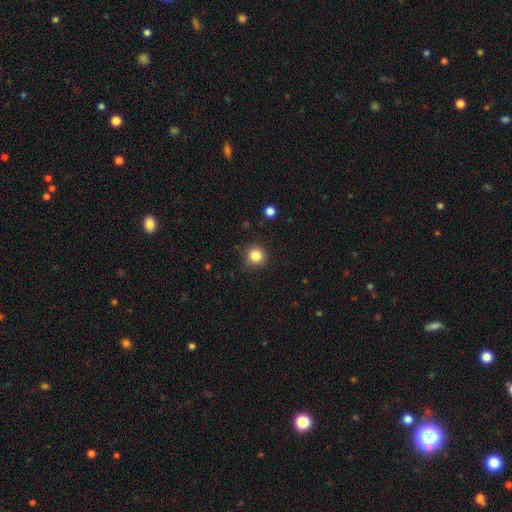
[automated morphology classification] Overall: smooth (84%). How rounded: round (93%). Merging: none (87%).